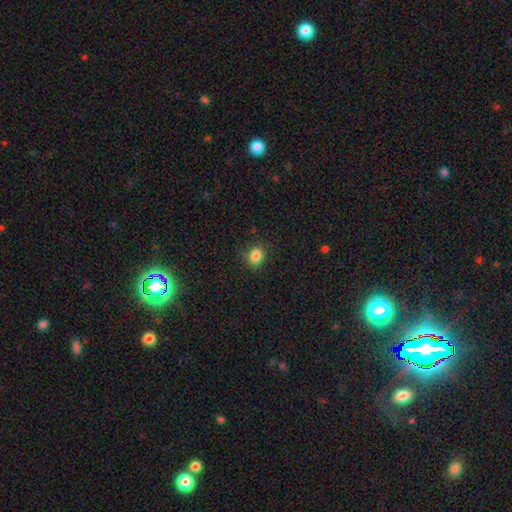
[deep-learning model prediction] This appears to be a smooth galaxy with no disk features (84%) that is round (62%). Merging: none (81%).